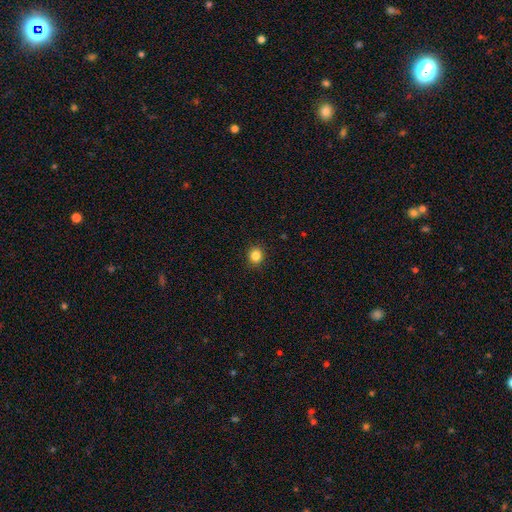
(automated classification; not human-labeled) This appears to be a smooth galaxy with no disk features (84%) that is round (87%). Merging: none (91%).